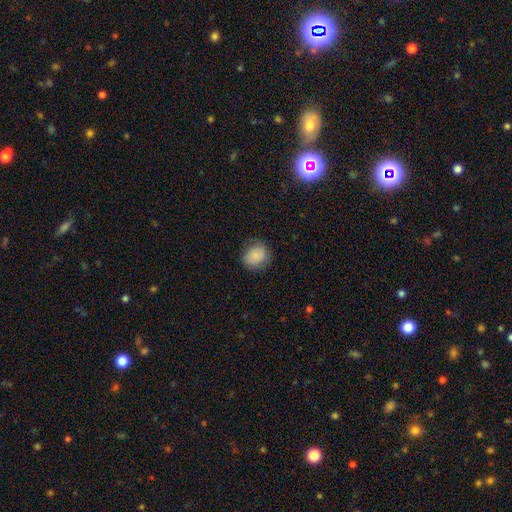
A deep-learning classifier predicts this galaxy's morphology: This is clearly a smooth galaxy (84%). How rounded: likely round (72%). Merging: likely none (78%).